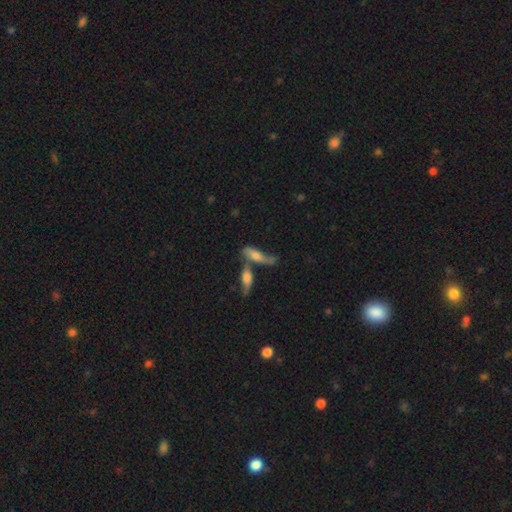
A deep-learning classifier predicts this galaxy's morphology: smooth_or_featured: smooth (p=0.52) [alt: featured or disk p=0.39]
how_rounded: in between (p=0.51) [alt: cigar-shaped p=0.45]
merging: merger (p=0.52) [alt: none p=0.28]